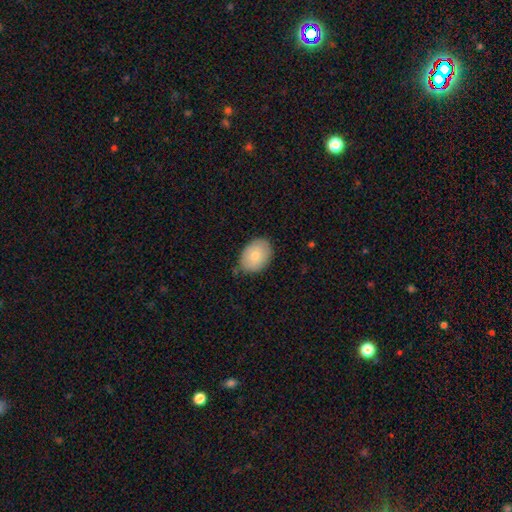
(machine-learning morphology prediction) Overall: smooth (80%). How rounded: in between (78%). Merging: none (78%).